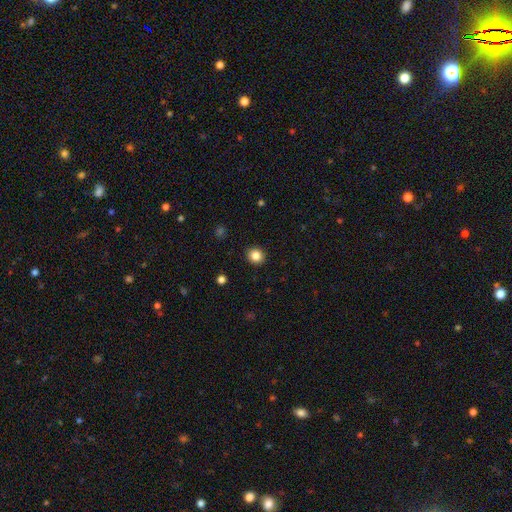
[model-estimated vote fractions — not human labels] Smooth or featured? smooth (84%)
How rounded? round (84%)
Merging? none (92%)